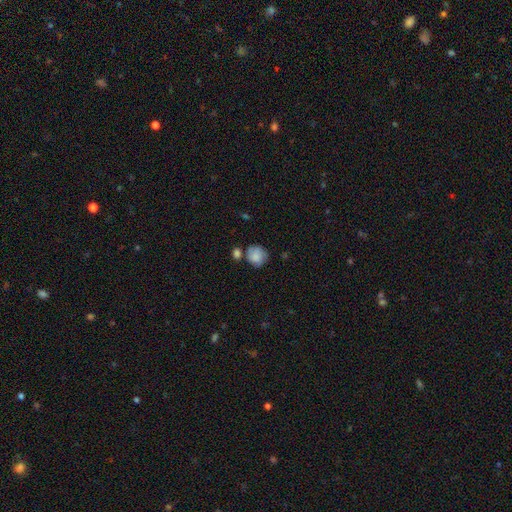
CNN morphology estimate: Q: Smooth or featured?
A: smooth (78%); runner-up: featured or disk (14%)
Q: How rounded?
A: round (81%); runner-up: in between (18%)
Q: Merging?
A: none (57%); runner-up: minor disturbance (20%)